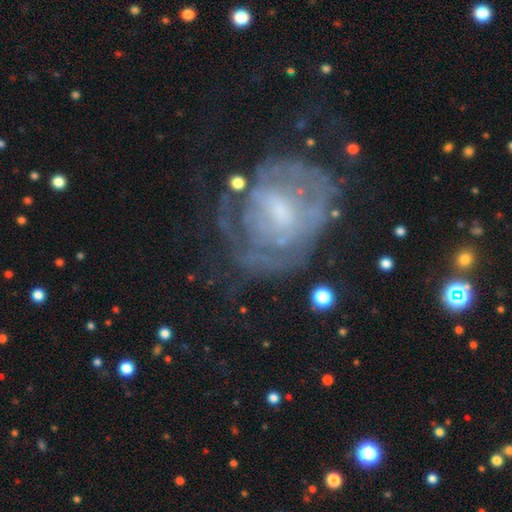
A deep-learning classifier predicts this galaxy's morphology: Overall: featured or disk (69%). Edge-on disk: no (97%). Bar: no (50%; weak 40%). Spiral arms: yes (59%; no 41%). Bulge size: small (42%; moderate 33%). Merging: none (54%; major disturbance 22%).